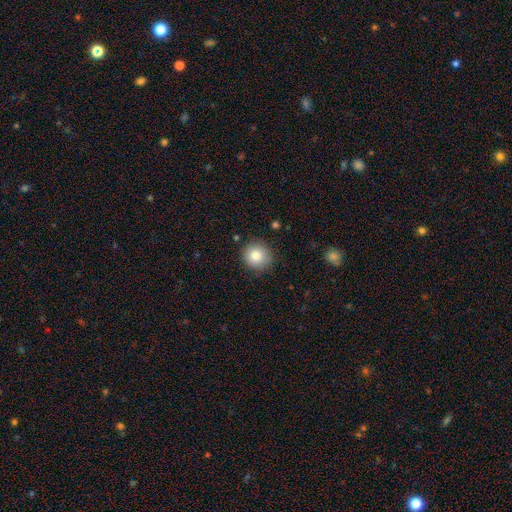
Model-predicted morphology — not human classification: A smooth galaxy with no disk features (82%) that is round (93%). Merging: none (88%).